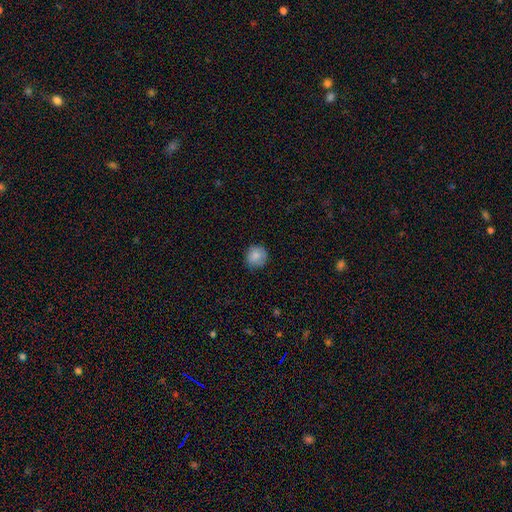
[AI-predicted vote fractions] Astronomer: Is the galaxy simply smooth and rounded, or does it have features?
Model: smooth — 86%.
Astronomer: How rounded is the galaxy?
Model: round — 91%.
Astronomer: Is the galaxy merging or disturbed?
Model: none — 85%.